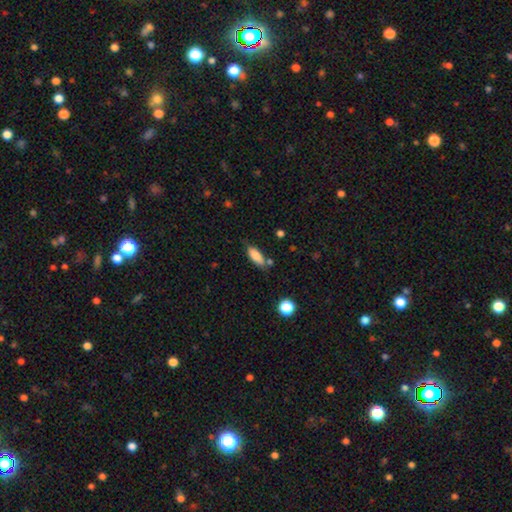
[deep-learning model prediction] Overall: smooth (84%). How rounded: in between (75%). Merging: none (71%).